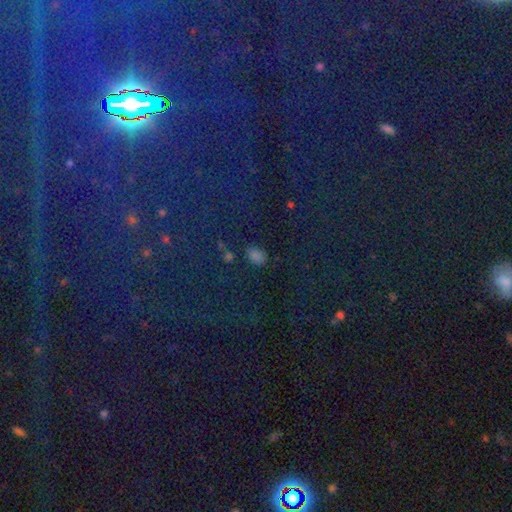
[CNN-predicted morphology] This is likely a smooth galaxy (62%). How rounded: clearly in between (87%). Merging: likely none (79%).